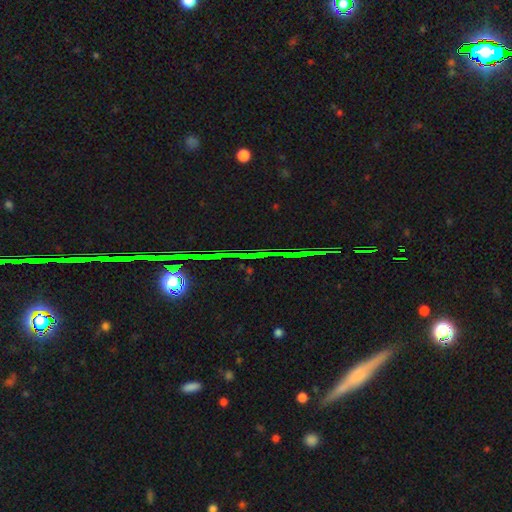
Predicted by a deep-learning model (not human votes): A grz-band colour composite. It shows a star or artifact, not a galaxy (65%).